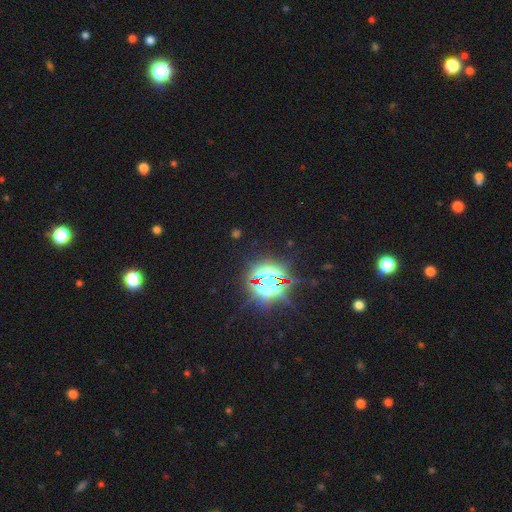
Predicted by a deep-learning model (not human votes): Morphology: type=star or artifact (84%).